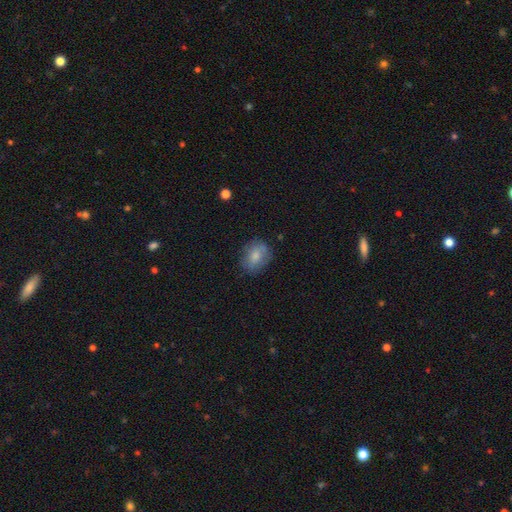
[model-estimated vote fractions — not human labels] Smooth or featured: smooth — 77% (featured or disk — 15%)
How rounded: in between — 50% (round — 48%)
Merging: none — 75% (minor disturbance — 18%)